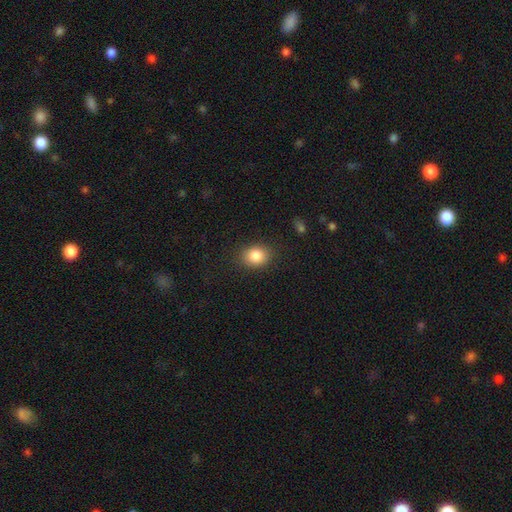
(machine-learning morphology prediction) type=smooth (84%); roundness=round (50%); merging=none (86%).